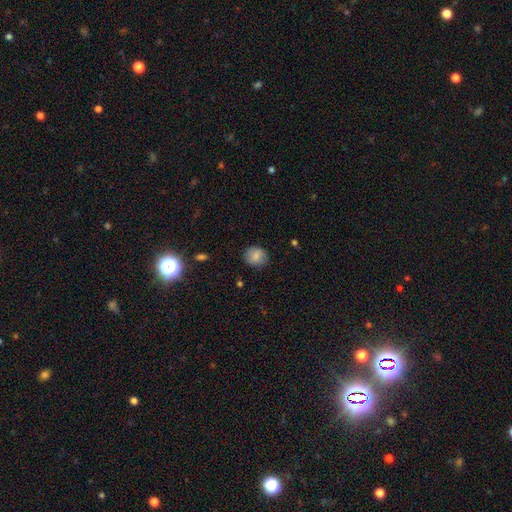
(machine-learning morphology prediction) Overall: smooth (81%). How rounded: round (80%). Merging: none (84%).